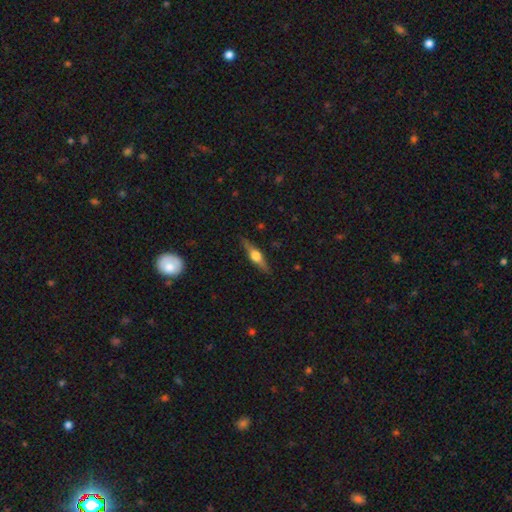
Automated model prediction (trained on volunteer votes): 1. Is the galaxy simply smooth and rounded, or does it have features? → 69% featured or disk, 25% smooth, 6% star or artifact.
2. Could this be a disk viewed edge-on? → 97% yes, 3% no.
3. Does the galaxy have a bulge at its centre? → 94% rounded, 4% boxy, 2% none.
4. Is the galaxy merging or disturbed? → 88% none, 9% minor disturbance, 2% major disturbance, 1% merger.